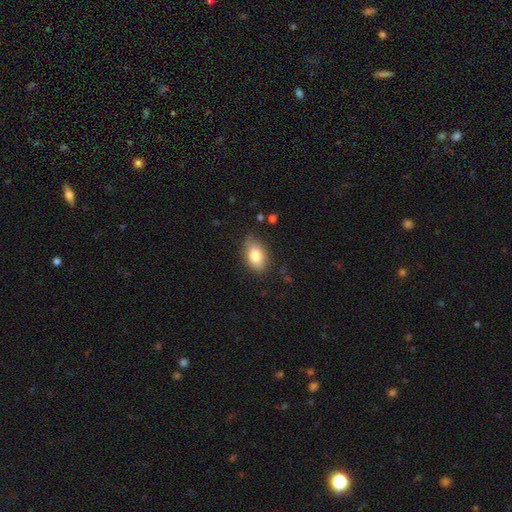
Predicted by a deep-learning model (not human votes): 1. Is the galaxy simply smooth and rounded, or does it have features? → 81% smooth, 12% featured or disk, 7% star or artifact.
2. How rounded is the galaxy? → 88% in between, 10% round, 2% cigar-shaped.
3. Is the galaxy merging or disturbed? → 78% none, 17% minor disturbance, 3% major disturbance, 1% merger.